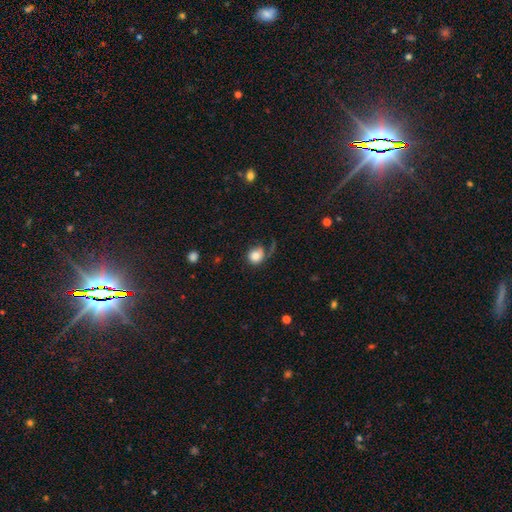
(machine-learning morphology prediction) smooth_or_featured: smooth (p=0.78) [alt: featured or disk p=0.13]
how_rounded: round (p=0.77) [alt: in between p=0.22]
merging: none (p=0.48) [alt: major disturbance p=0.25]